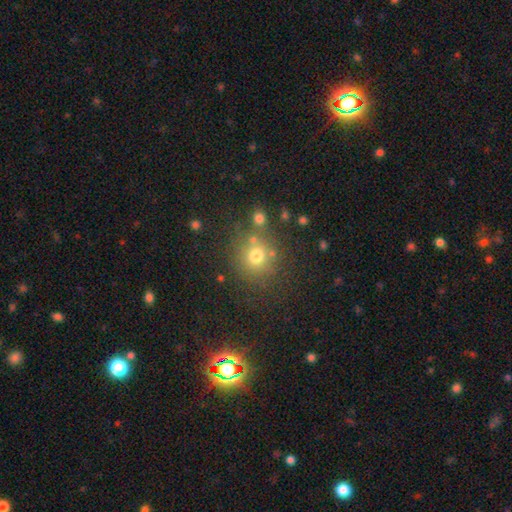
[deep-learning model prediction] smooth_or_featured: smooth (p=0.71) [alt: star or artifact p=0.19]
how_rounded: round (p=0.87) [alt: in between p=0.12]
merging: none (p=0.73) [alt: minor disturbance p=0.11]